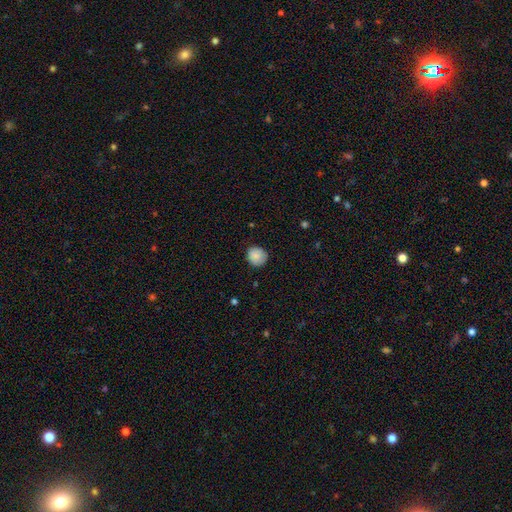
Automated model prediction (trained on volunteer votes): Morphology: type=smooth (86%); roundness=round (90%); merging=none (82%).